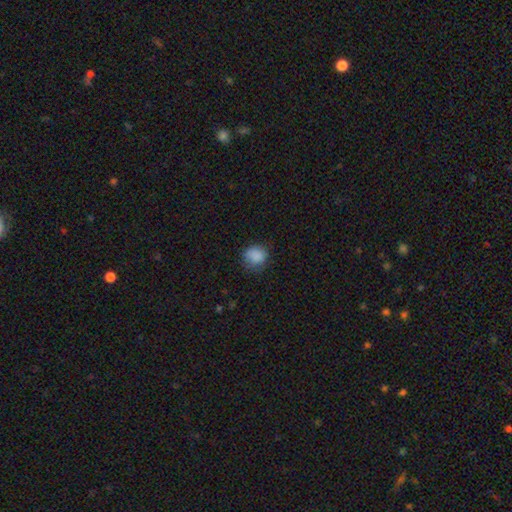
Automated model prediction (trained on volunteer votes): Q: Smooth or featured?
A: smooth (86%); runner-up: star or artifact (9%)
Q: How rounded?
A: round (80%); runner-up: in between (19%)
Q: Merging?
A: none (72%); runner-up: minor disturbance (21%)